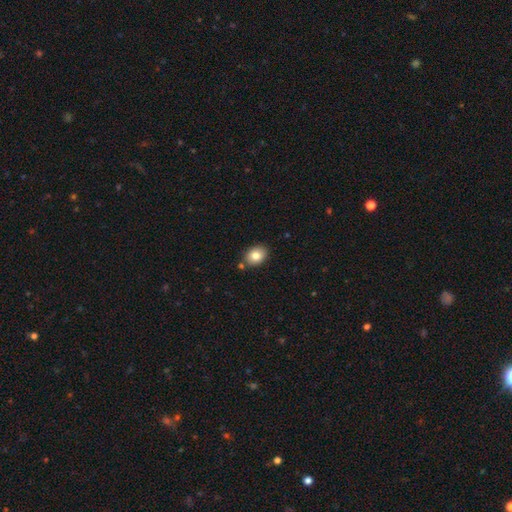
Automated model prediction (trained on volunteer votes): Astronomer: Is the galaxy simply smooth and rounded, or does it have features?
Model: smooth — 83%.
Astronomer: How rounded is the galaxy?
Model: in between — 69%.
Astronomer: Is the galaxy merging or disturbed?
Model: none — 82%.